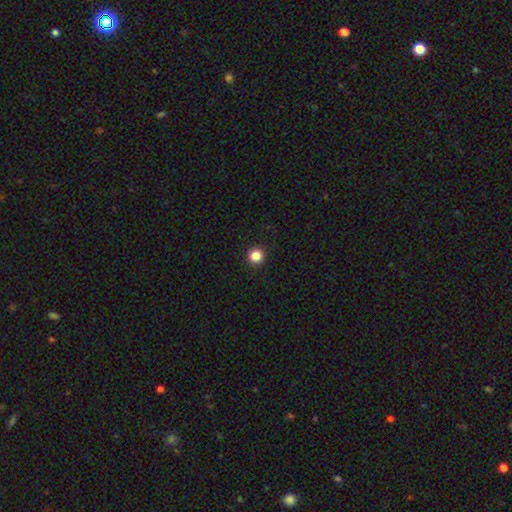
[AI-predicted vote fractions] Smooth or featured? smooth (85%)
How rounded? round (96%)
Merging? none (94%)